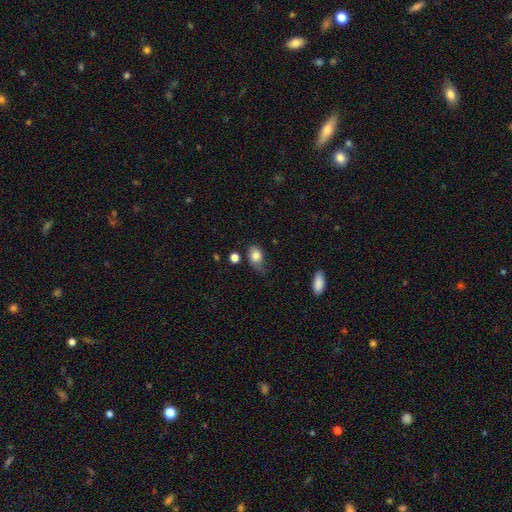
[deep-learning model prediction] Overall: smooth (82%). How rounded: in between (67%; round 31%). Merging: minor disturbance (40%, tied with none).